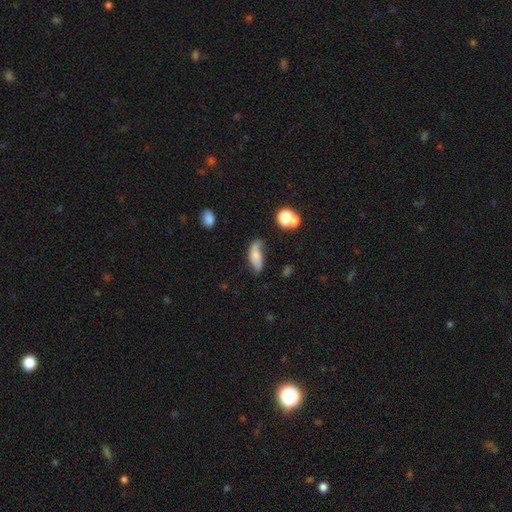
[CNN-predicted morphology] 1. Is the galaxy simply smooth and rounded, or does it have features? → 56% smooth, 34% featured or disk, 10% star or artifact.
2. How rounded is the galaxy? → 78% in between, 18% cigar-shaped, 5% round.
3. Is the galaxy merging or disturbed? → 41% none, 33% minor disturbance, 19% major disturbance, 7% merger.